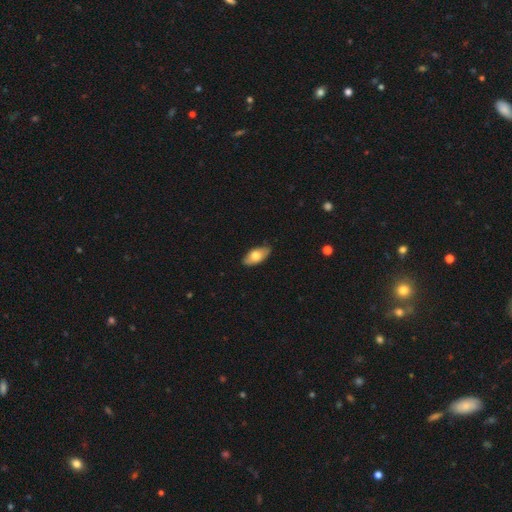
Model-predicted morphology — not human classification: This is likely a smooth galaxy (73%). How rounded: clearly in between (91%). Merging: clearly none (85%).